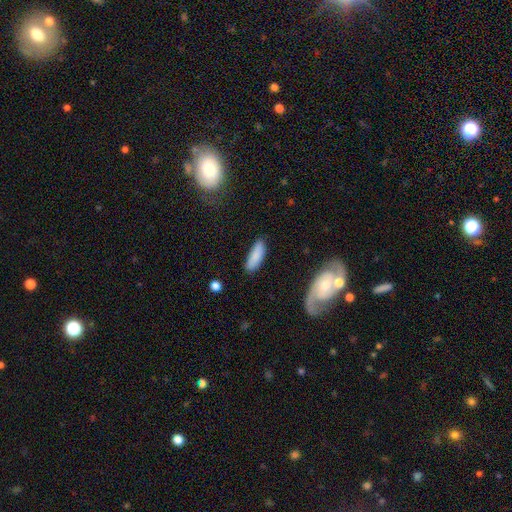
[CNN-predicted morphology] smooth 85%, featured or disk 9%, star or artifact 6%. Down the decision tree: how rounded — in between (60%); merging — none (79%).